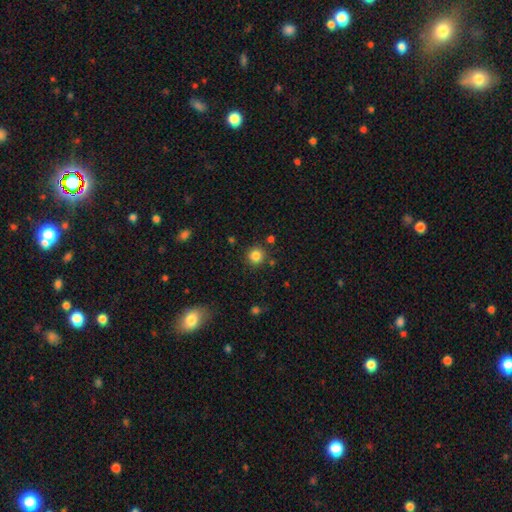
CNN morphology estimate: Smooth or featured: smooth — 84% (star or artifact — 12%)
How rounded: round — 94% (in between — 6%)
Merging: none — 86% (minor disturbance — 7%)